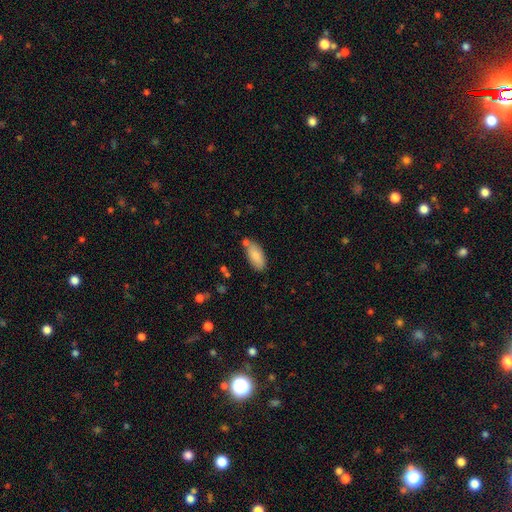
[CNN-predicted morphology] Smooth or featured: smooth — 85% (featured or disk — 9%)
How rounded: in between — 89% (cigar-shaped — 9%)
Merging: none — 69% (minor disturbance — 17%)